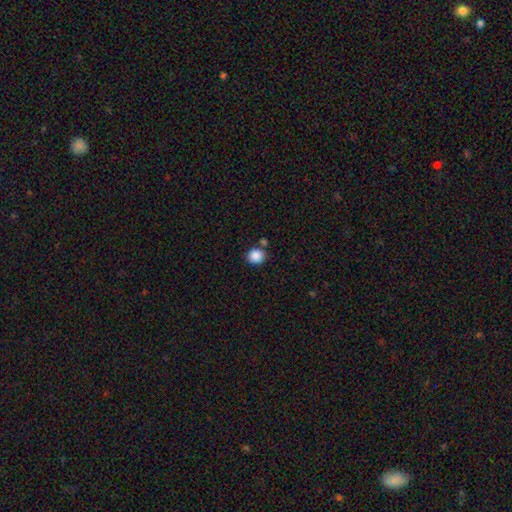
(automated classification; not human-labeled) Overall: smooth (88%). How rounded: round (87%). Merging: none (79%).